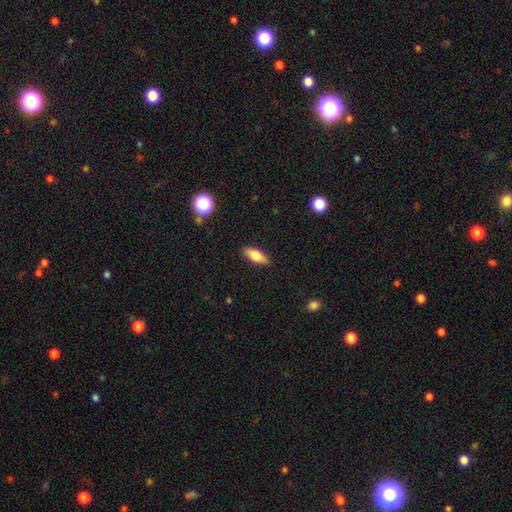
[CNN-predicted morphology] A smooth galaxy with no disk features (73%) that is in between round and cigar-shaped (71%). Merging: none (88%).